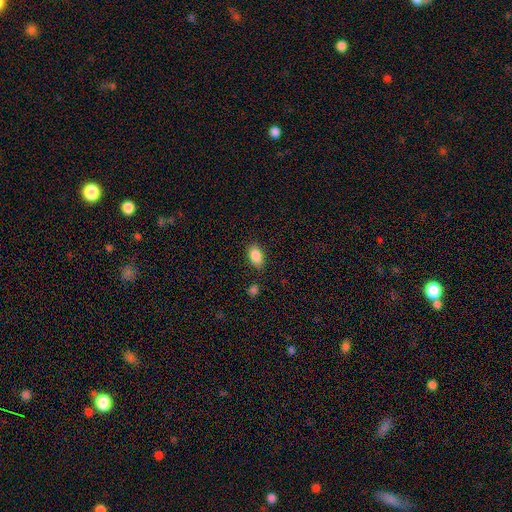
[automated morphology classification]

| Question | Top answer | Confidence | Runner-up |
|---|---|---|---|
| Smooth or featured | smooth | 87% | star or artifact (8%) |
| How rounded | in between | 90% | round (8%) |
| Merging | none | 82% | minor disturbance (12%) |